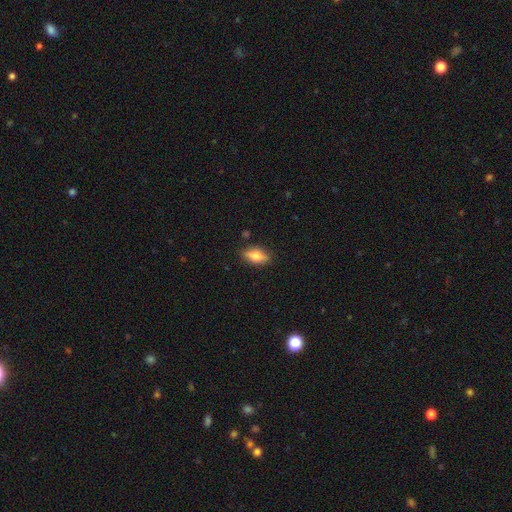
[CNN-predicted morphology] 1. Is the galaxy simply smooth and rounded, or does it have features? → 66% smooth, 26% featured or disk, 8% star or artifact.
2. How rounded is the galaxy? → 77% in between, 19% cigar-shaped, 5% round.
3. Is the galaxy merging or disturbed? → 84% none, 12% minor disturbance, 3% major disturbance, 2% merger.